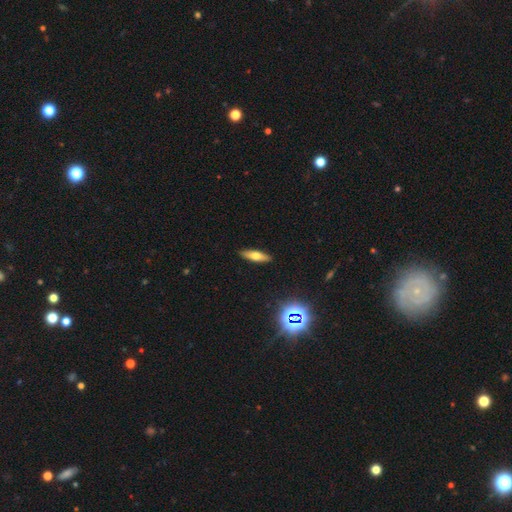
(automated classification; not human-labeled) A smooth galaxy with no disk features (56%) that is cigar-shaped (63%).

Vote fractions:
- Smooth or featured? smooth: 56% / featured or disk: 34% / star or artifact: 10%
- How rounded? cigar-shaped: 63% / in between: 35% / round: 3%
- Merging? none: 90% / minor disturbance: 7% / major disturbance: 2% / merger: 1%